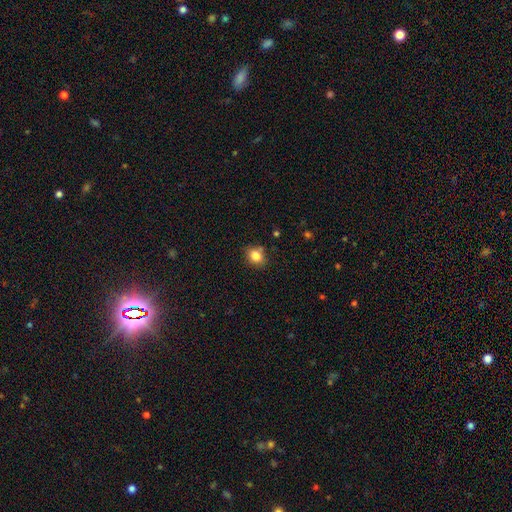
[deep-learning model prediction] The model was most divided on "how rounded": round: 65%, in between: 34%, cigar-shaped: 1%. More confident: smooth or featured — smooth (83%); merging — none (78%).